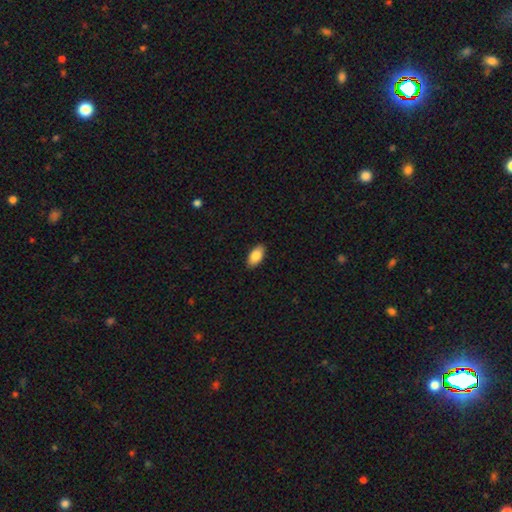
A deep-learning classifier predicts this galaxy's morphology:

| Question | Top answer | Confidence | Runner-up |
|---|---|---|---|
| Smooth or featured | smooth | 84% | featured or disk (9%) |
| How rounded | in between | 93% | cigar-shaped (4%) |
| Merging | none | 90% | minor disturbance (8%) |